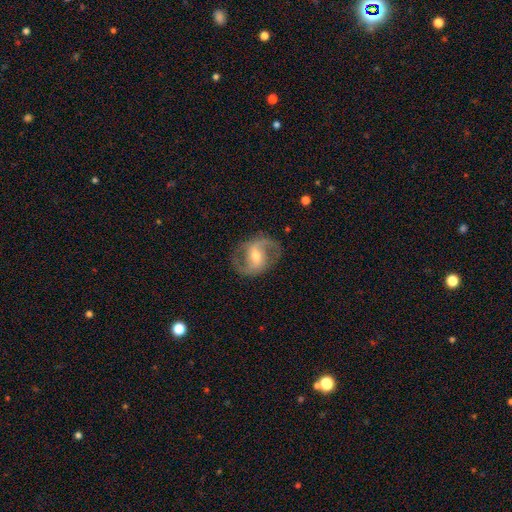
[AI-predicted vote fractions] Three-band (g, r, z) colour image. It shows a featured or disk galaxy (87%) with a weak bar (47%), 2 (92%) medium (53%) spiral arms (95%) and a moderate central bulge (56%). Merging: none (82%).